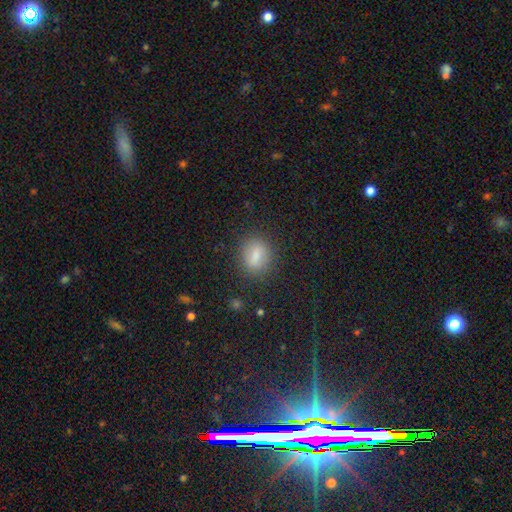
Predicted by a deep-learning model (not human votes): Smooth or featured?
  - smooth: 78% *
  - featured or disk: 12%
  - star or artifact: 10%
How rounded?
  - in between: 48% *
  - round: 47%
  - cigar-shaped: 5%
Merging?
  - none: 82% *
  - minor disturbance: 11%
  - major disturbance: 4%
  - merger: 2%